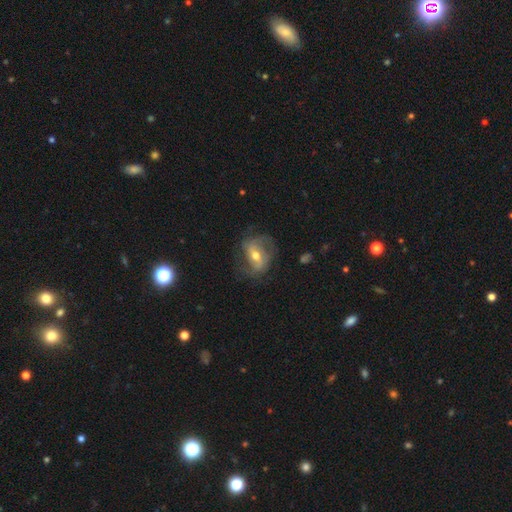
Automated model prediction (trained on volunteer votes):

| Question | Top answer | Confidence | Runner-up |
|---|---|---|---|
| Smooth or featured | featured or disk | 70% | smooth (23%) |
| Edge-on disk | no | 95% | yes (5%) |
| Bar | weak | 41% | strong (30%) |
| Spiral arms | yes | 81% | no (19%) |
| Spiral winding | medium | 42% | loose (38%) |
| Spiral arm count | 2 | 68% | can't tell (17%) |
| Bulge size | moderate | 71% | small (22%) |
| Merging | none | 58% | minor disturbance (23%) |